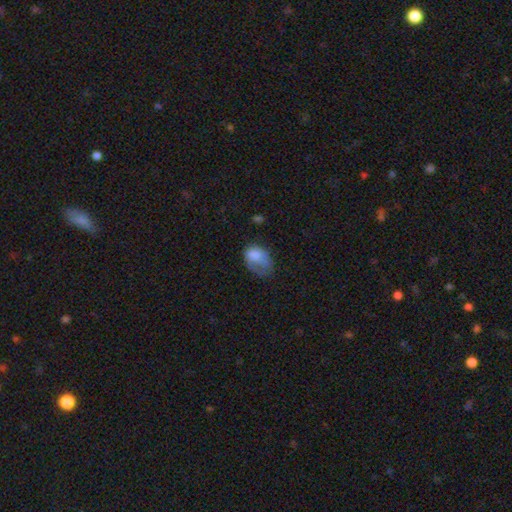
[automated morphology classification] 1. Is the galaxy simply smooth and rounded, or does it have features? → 73% smooth, 19% featured or disk, 8% star or artifact.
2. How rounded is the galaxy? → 79% in between, 20% round, 1% cigar-shaped.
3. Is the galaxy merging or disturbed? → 39% major disturbance, 33% minor disturbance, 25% none, 2% merger.